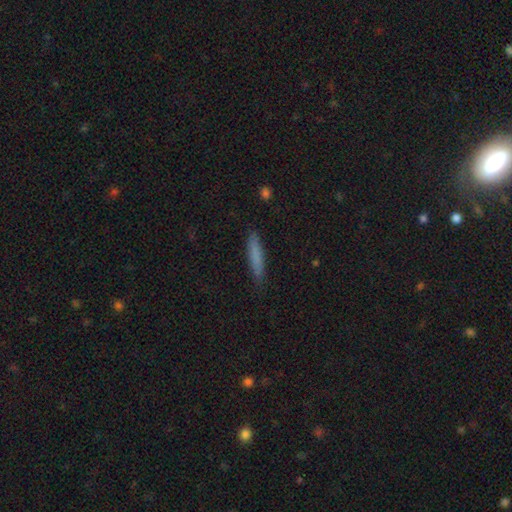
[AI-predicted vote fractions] Morphology: type=smooth (78%); roundness=cigar-shaped (90%); merging=none (85%).